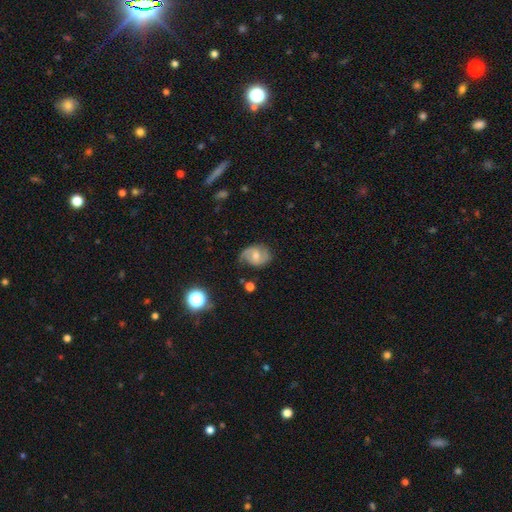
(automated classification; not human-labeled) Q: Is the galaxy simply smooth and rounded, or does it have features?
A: featured or disk — 67%.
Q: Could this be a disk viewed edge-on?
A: no — 97%.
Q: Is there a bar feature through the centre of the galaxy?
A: weak — 45%.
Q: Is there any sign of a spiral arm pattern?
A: yes — 89%.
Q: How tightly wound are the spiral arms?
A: medium — 48%.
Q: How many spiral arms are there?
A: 2 — 81%.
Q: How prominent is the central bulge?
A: moderate — 60%.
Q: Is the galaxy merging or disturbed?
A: none — 66%.